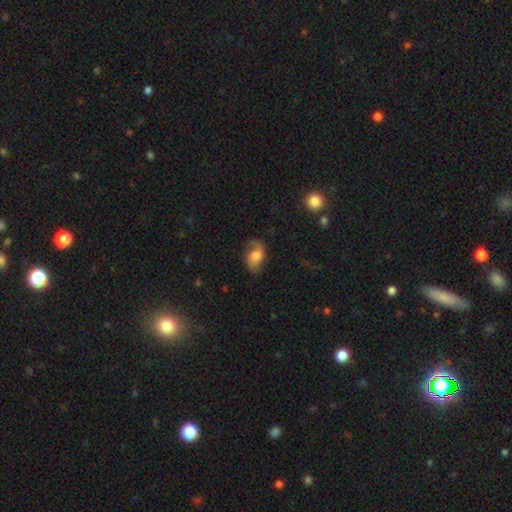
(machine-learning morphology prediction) Smooth or featured: featured or disk — 59% (smooth — 33%)
Edge-on disk: no — 96% (yes — 4%)
Bar: no — 59% (weak — 33%)
Spiral arms: yes — 90% (no — 10%)
Spiral winding: loose — 58% (medium — 33%)
Spiral arm count: 2 — 88% (1 — 5%)
Bulge size: large — 38% (moderate — 37%)
Merging: none — 70% (minor disturbance — 19%)